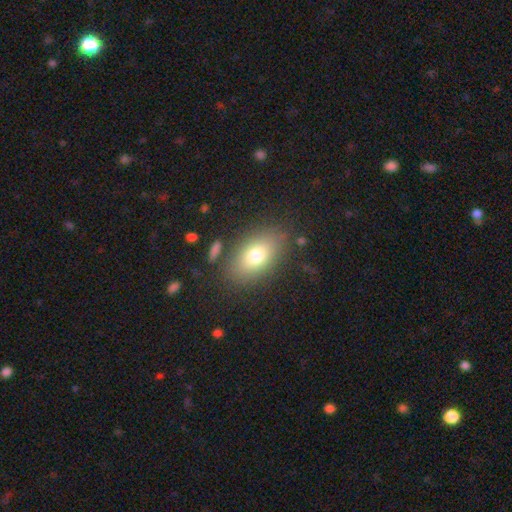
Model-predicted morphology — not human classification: smooth_or_featured: smooth (p=0.75) [alt: featured or disk p=0.15]
how_rounded: in between (p=0.85) [alt: round p=0.11]
merging: none (p=0.80) [alt: minor disturbance p=0.12]